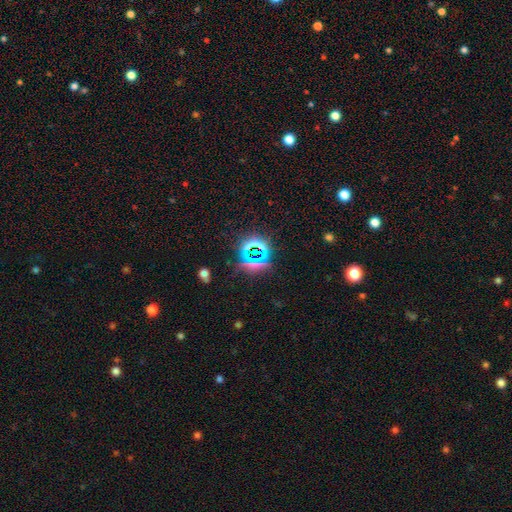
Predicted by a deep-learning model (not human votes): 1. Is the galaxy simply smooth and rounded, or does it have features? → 76% star or artifact, 15% smooth, 9% featured or disk.